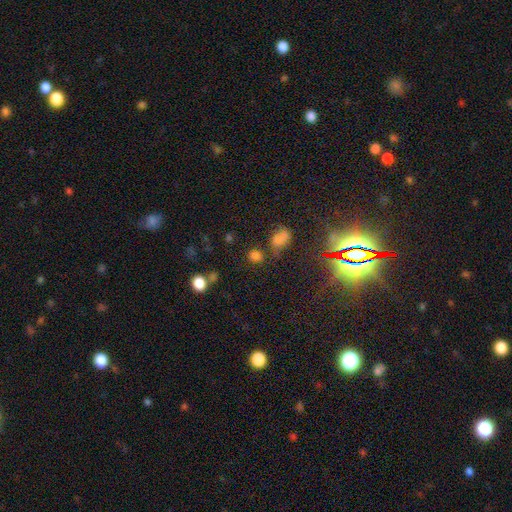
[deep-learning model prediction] This appears to be a smooth galaxy with no disk features (69%) that is round (70%). Merging: none (70%).